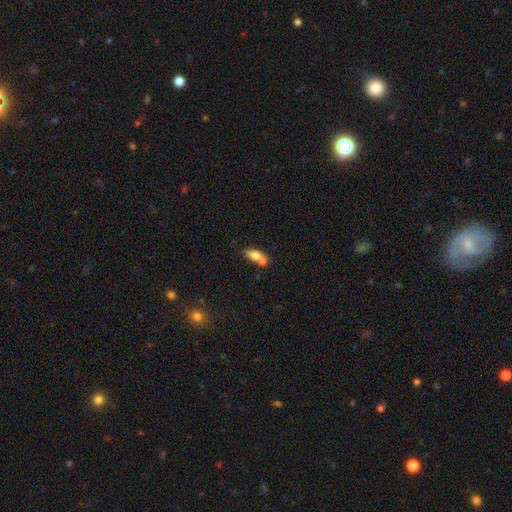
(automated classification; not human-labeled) Smooth or featured?
  - smooth: 73% *
  - featured or disk: 18%
  - star or artifact: 8%
How rounded?
  - in between: 81% *
  - cigar-shaped: 10%
  - round: 9%
Merging?
  - merger: 52% *
  - none: 32%
  - minor disturbance: 11%
  - major disturbance: 5%